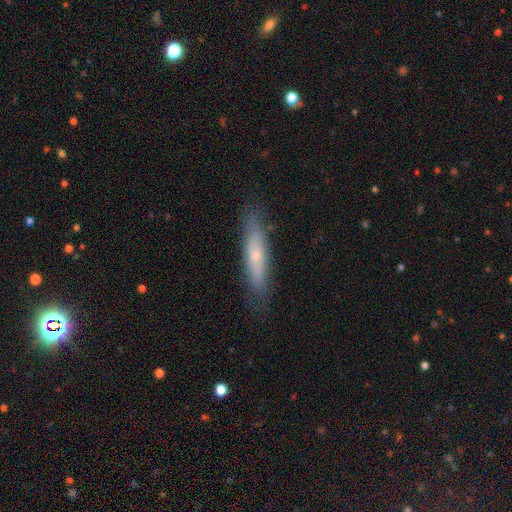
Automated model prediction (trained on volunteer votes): Smooth or featured? smooth (58%)
How rounded? cigar-shaped (83%)
Merging? none (81%)